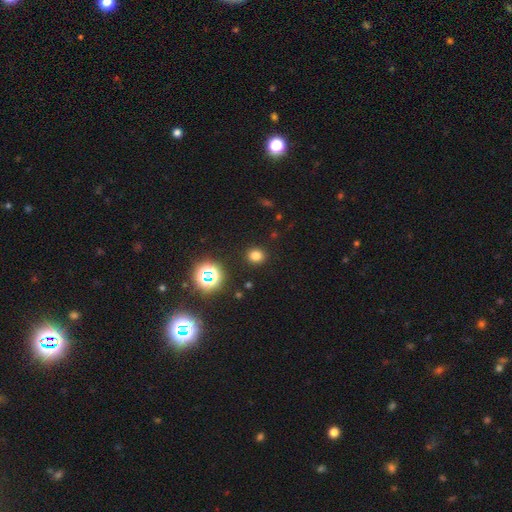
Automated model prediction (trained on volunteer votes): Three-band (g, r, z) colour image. It shows a smooth galaxy with no disk features (75%) that is round (78%). Merging: none (90%).